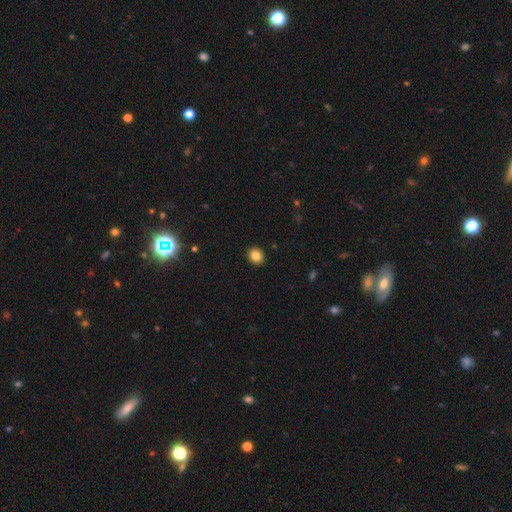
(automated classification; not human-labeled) Q: Smooth or featured?
A: smooth (84%); runner-up: star or artifact (10%)
Q: How rounded?
A: round (70%); runner-up: in between (29%)
Q: Merging?
A: none (92%); runner-up: minor disturbance (6%)